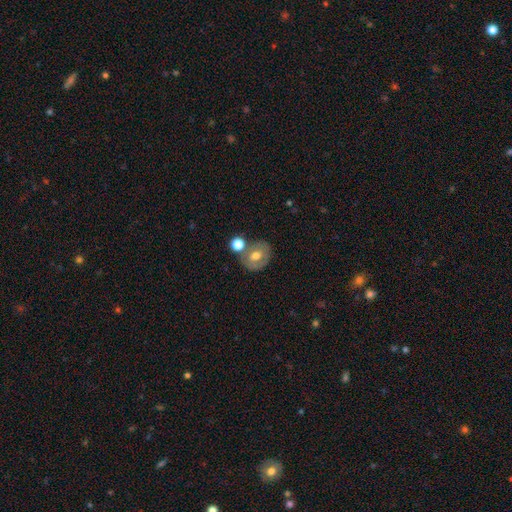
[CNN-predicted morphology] smooth 56%, featured or disk 35%, star or artifact 9%. Down the decision tree: how rounded — round (61%); merging — none (59%).